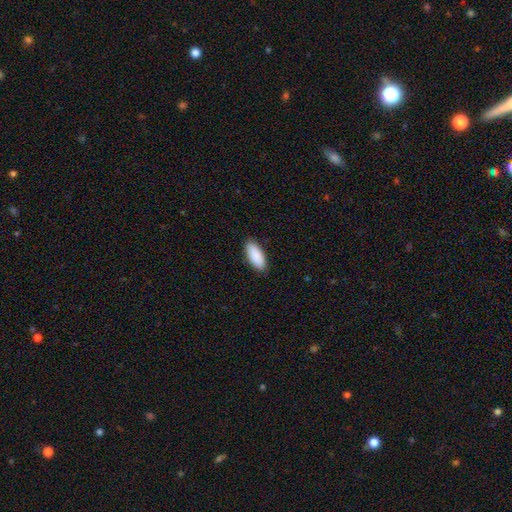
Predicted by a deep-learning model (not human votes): Smooth or featured: smooth — 91% (star or artifact — 5%)
How rounded: in between — 84% (cigar-shaped — 15%)
Merging: none — 89% (minor disturbance — 8%)